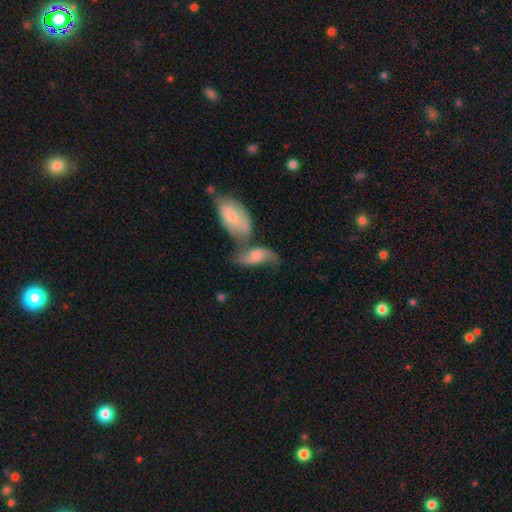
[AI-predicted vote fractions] This appears to be a featured or disk galaxy (57%) with no bar (61%), spiral arms (85%) and a moderate central bulge (30%). Merging: merger (54%).